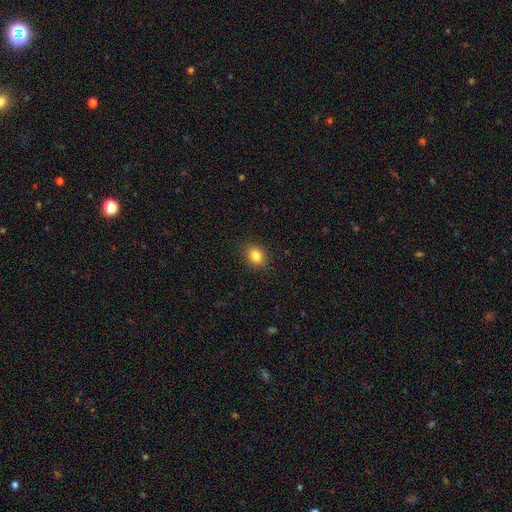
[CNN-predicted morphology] This appears to be a smooth galaxy with no disk features (83%) that is round (56%). Merging: none (89%).